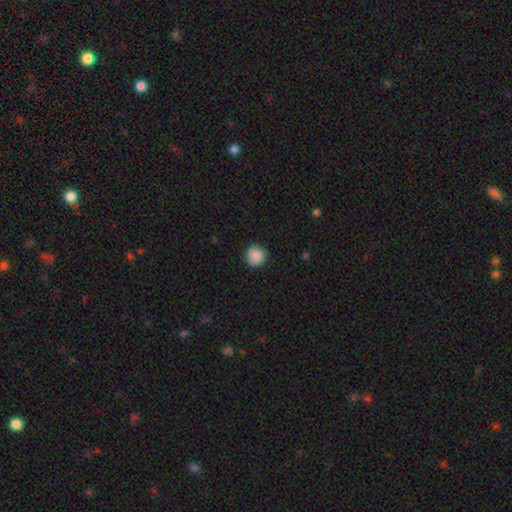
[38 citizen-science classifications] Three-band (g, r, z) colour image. It shows a smooth galaxy with no disk features (95%) that is round (92%). Merging: none (92%).